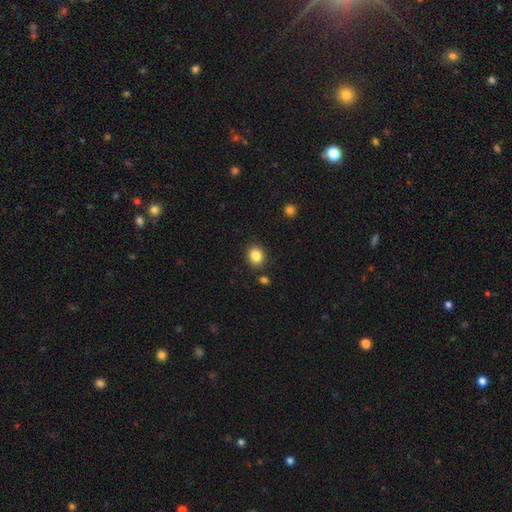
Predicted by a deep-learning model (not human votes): The model was most divided on "how rounded": round: 66%, in between: 33%, cigar-shaped: 1%. More confident: merging — none (86%); smooth or featured — smooth (85%).